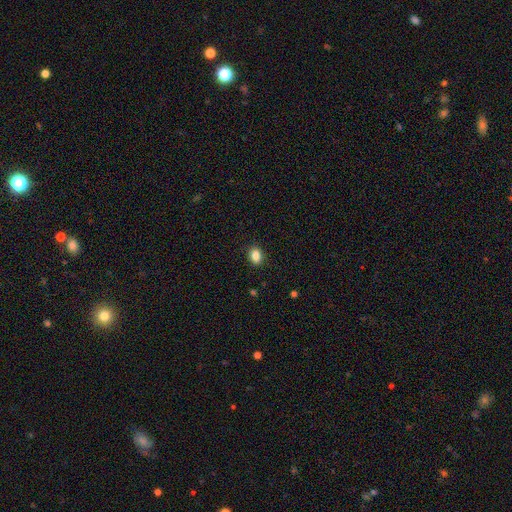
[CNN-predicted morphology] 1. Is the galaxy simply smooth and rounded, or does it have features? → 85% smooth, 10% star or artifact, 5% featured or disk.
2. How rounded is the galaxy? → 66% in between, 32% round, 1% cigar-shaped.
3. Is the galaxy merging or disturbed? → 90% none, 7% minor disturbance, 2% major disturbance, 1% merger.